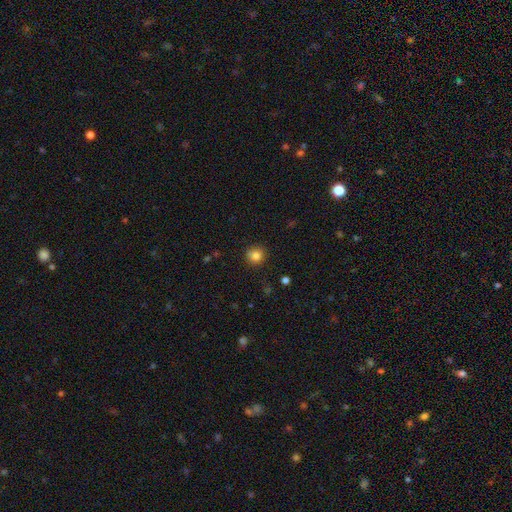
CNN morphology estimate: smooth 83%, star or artifact 11%, featured or disk 5%. Down the decision tree: how rounded — round (92%); merging — none (88%).